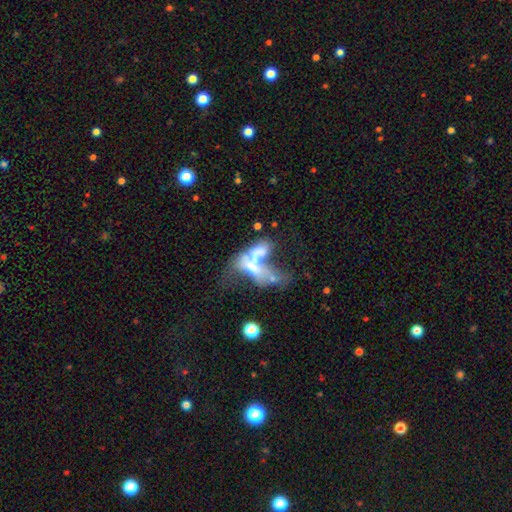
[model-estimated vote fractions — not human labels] smooth-or-featured: featured or disk: 52% | smooth: 36% | star or artifact: 12%
  disk-edge-on: no: 91% | yes: 9%
  merging: merger: 65% | major disturbance: 21% | none: 9% | minor disturbance: 6%